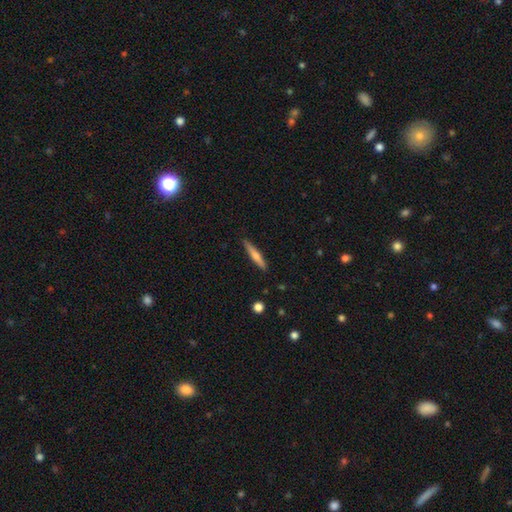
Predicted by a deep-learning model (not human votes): Overall: featured or disk (47%, tied with smooth). Merging: none (90%).